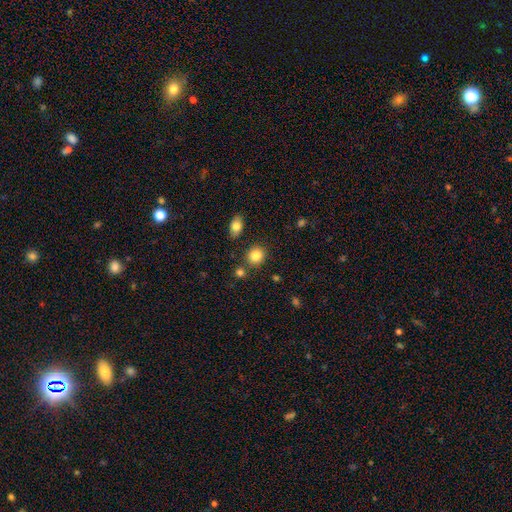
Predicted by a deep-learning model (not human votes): Smooth or featured?
  - smooth: 85% *
  - star or artifact: 10%
  - featured or disk: 5%
How rounded?
  - round: 79% *
  - in between: 20%
  - cigar-shaped: 1%
Merging?
  - none: 81% *
  - minor disturbance: 9%
  - merger: 7%
  - major disturbance: 3%